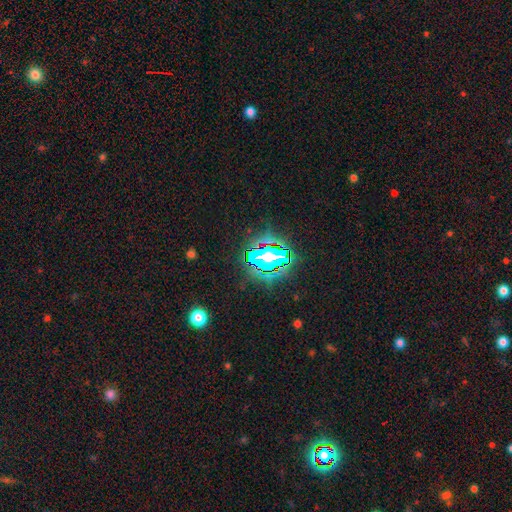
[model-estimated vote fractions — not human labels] The model was most divided on "smooth or featured": star or artifact: 81%, smooth: 12%, featured or disk: 8%.